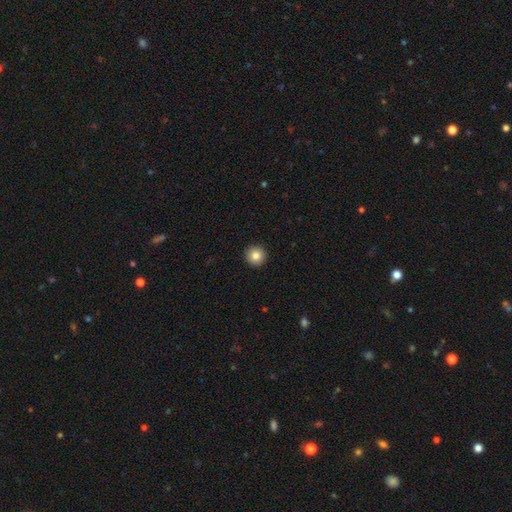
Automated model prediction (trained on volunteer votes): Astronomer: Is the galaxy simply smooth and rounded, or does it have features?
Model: smooth — 84%.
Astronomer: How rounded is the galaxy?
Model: round — 96%.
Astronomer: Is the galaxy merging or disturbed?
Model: none — 94%.